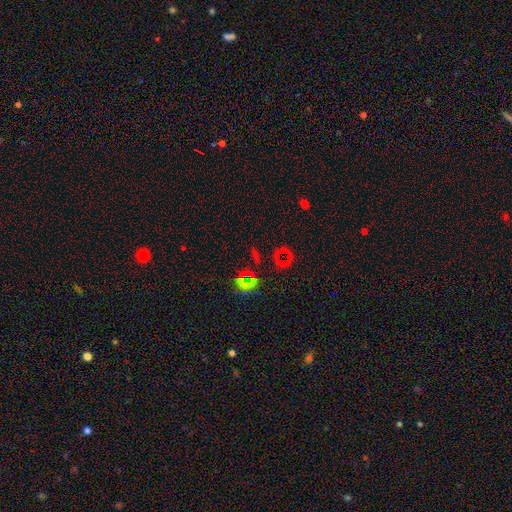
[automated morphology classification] smooth_or_featured: star or artifact (p=0.67) [alt: smooth p=0.23]